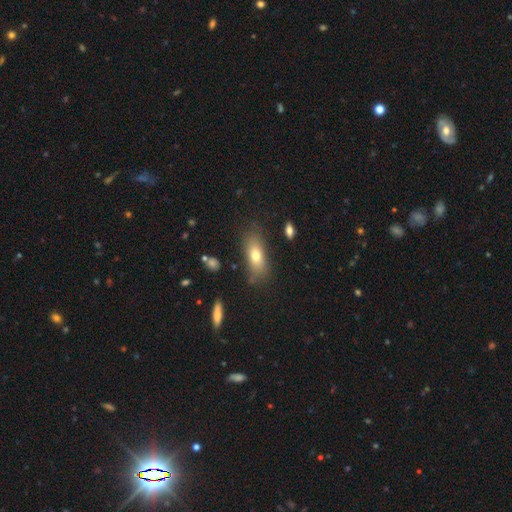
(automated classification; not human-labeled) Morphology: type=smooth (71%); roundness=in between (71%); merging=none (75%).